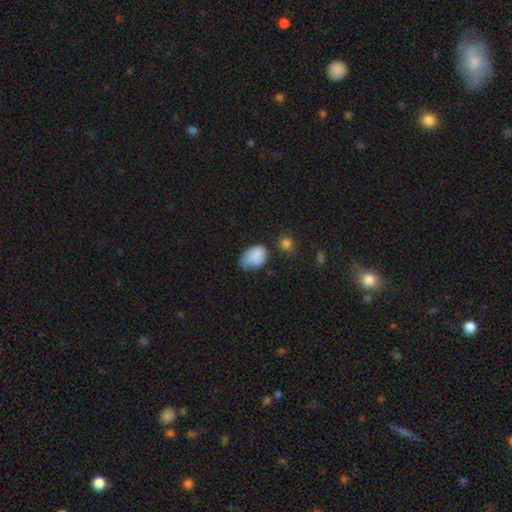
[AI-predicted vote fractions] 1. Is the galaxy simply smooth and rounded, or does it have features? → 84% smooth, 8% star or artifact, 7% featured or disk.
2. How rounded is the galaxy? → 79% in between, 20% round, 1% cigar-shaped.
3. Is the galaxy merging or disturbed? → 43% minor disturbance, 41% none, 12% major disturbance, 4% merger.